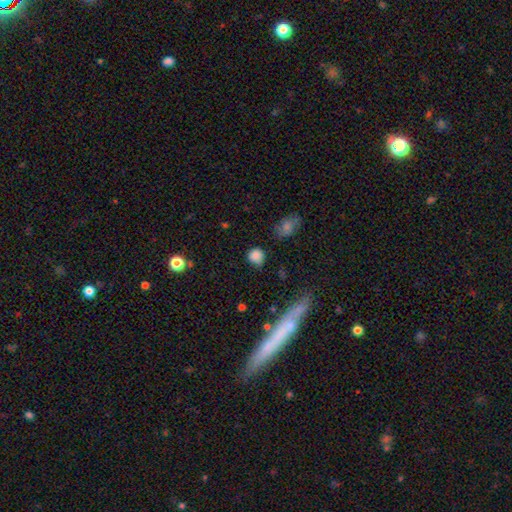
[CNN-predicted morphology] type=smooth (82%); roundness=round (81%); merging=none (70%).